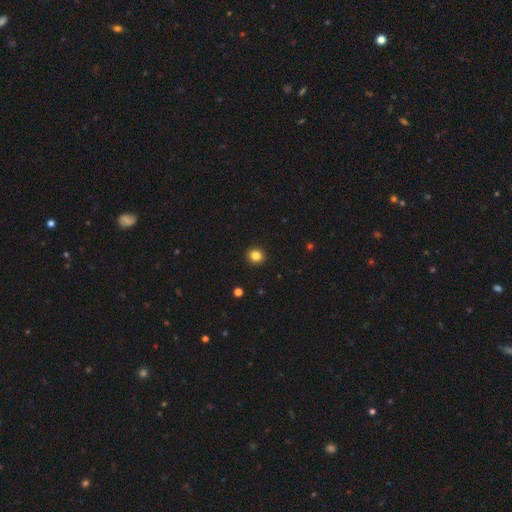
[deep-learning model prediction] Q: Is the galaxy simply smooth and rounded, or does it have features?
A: smooth — 84%.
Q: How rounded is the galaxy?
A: round — 87%.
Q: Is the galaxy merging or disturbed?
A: none — 93%.